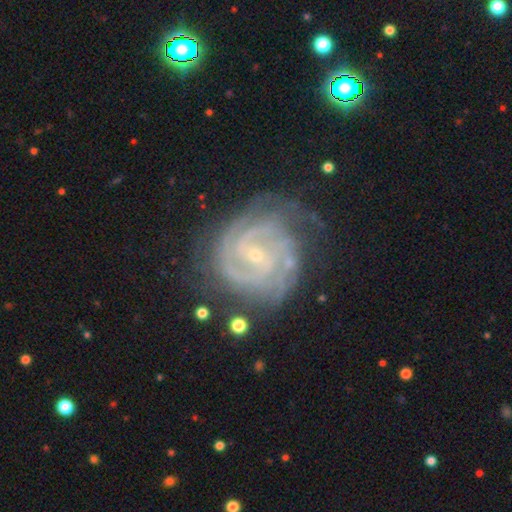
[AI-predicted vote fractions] Smooth or featured? Predicted: featured or disk (p=0.89). Edge-on disk? Predicted: no (p=0.97). Bar? Predicted: no (p=0.50). Spiral arms? Predicted: yes (p=0.98). Spiral winding? Predicted: tight (p=0.71). Spiral arm count? Predicted: 2 (p=0.29). Bulge size? Predicted: small (p=0.81). Merging? Predicted: none (p=0.67).